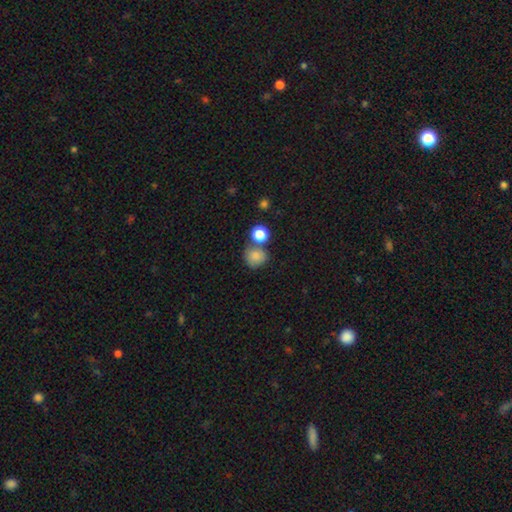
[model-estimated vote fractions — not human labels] Smooth or featured? Predicted: smooth (p=0.82). How rounded? Predicted: round (p=0.82). Merging? Predicted: none (p=0.57).